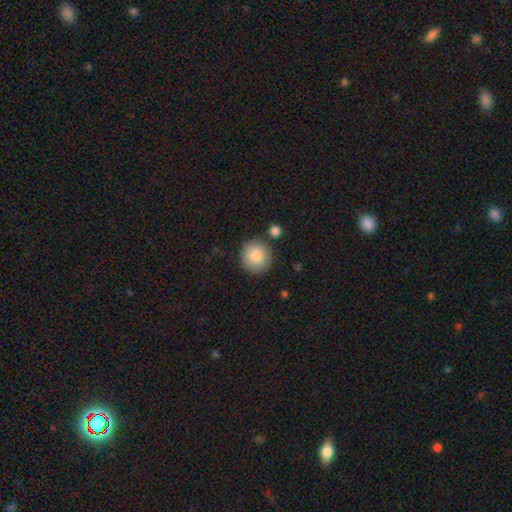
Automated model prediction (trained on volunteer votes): Morphology: type=smooth (86%); roundness=round (93%); merging=none (82%).